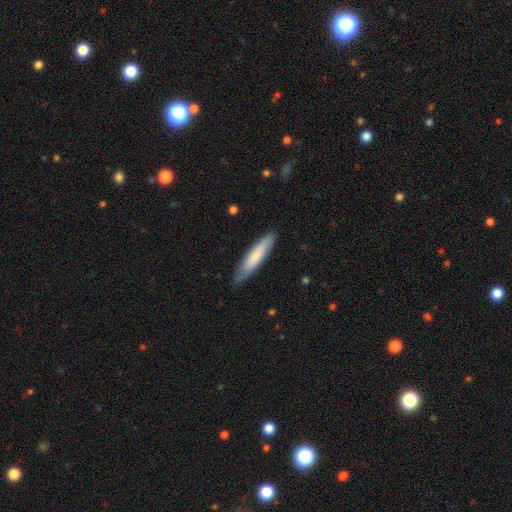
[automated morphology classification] smooth_or_featured: smooth (p=0.73) [alt: featured or disk p=0.22]
how_rounded: cigar-shaped (p=0.86) [alt: in between p=0.13]
merging: none (p=0.84) [alt: minor disturbance p=0.13]